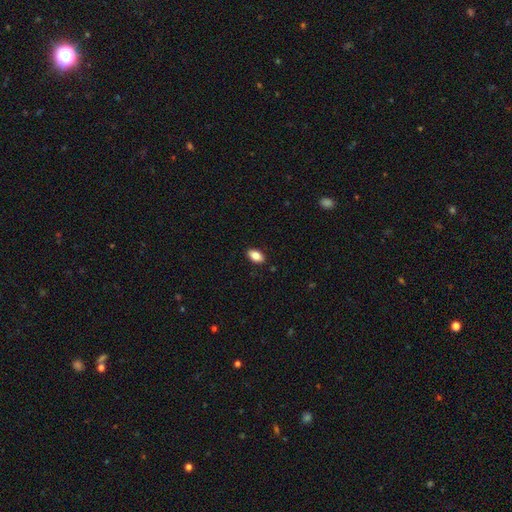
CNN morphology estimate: The model was most divided on "smooth or featured": smooth: 84%, featured or disk: 8%, star or artifact: 8%. More confident: how rounded — in between (92%); merging — none (88%).